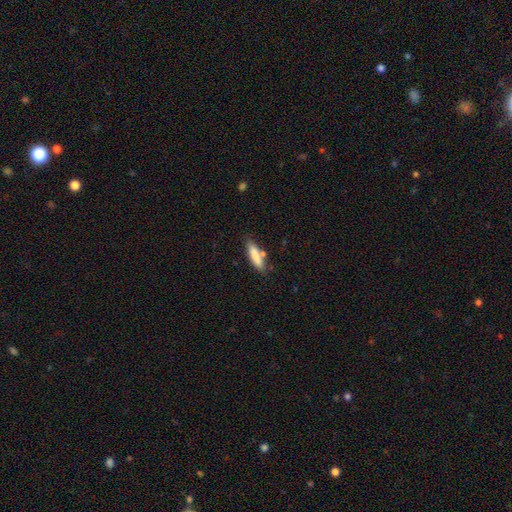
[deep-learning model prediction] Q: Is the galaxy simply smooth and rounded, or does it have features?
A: smooth — 82%.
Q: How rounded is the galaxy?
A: cigar-shaped — 71%.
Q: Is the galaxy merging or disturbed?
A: none — 72%.